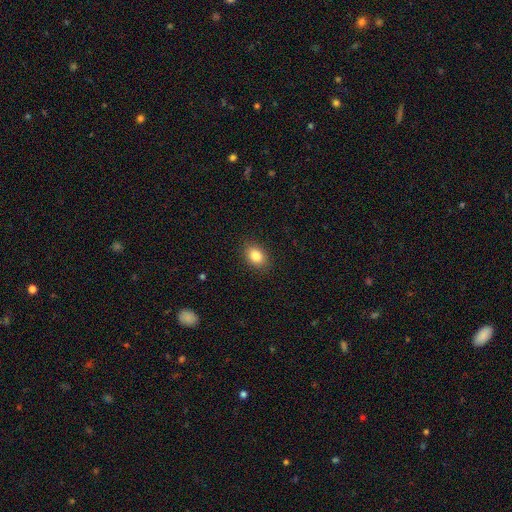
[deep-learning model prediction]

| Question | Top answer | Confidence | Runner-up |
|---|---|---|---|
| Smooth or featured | smooth | 84% | star or artifact (9%) |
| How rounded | in between | 71% | round (28%) |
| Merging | none | 88% | minor disturbance (9%) |